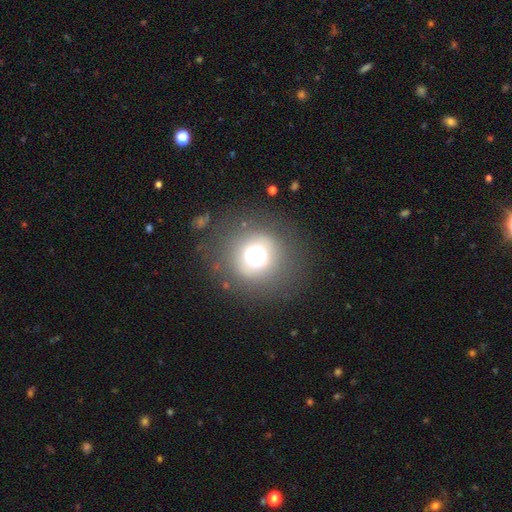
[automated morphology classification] A smooth galaxy with no disk features (66%) that is round (94%). Merging: none (82%).